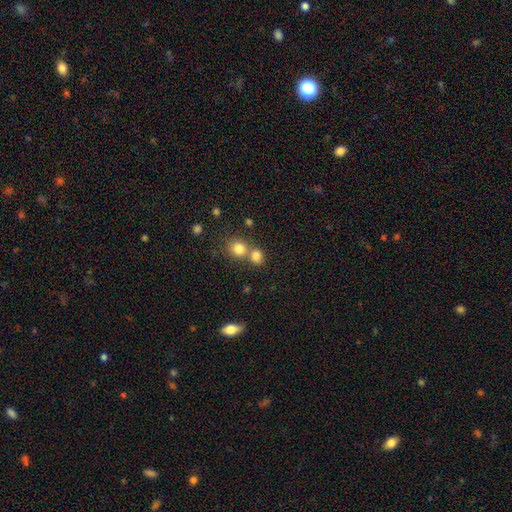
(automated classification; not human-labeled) Smooth or featured? smooth (80%)
How rounded? round (71%)
Merging? none (45%, tied with merger)